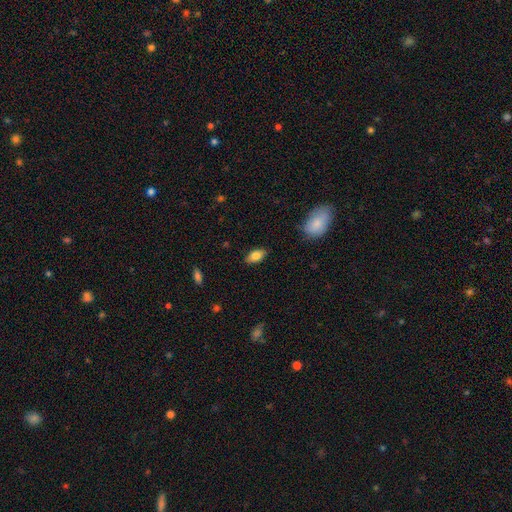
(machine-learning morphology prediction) Overall: smooth (81%). How rounded: in between (91%). Merging: none (86%).